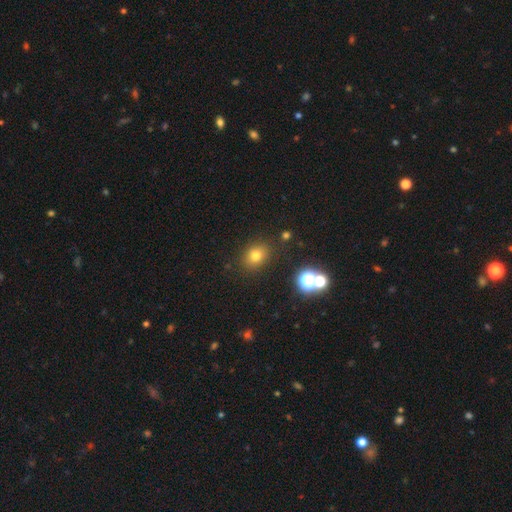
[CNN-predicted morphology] This is likely a smooth galaxy (74%). How rounded: possibly round (53%). Merging: clearly none (84%).